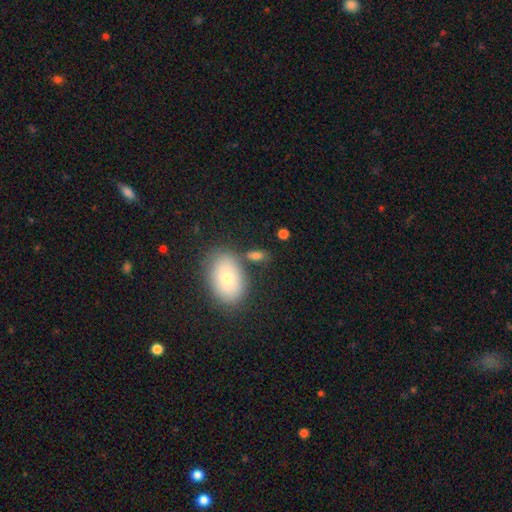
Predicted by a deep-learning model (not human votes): This appears to be a smooth galaxy with no disk features (75%) that is in between round and cigar-shaped (82%). Merging: none (64%).